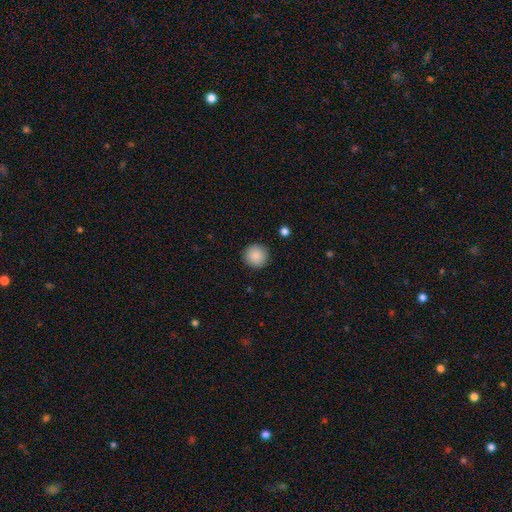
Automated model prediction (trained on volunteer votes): Smooth or featured?
  - smooth: 88% *
  - star or artifact: 8%
  - featured or disk: 4%
How rounded?
  - round: 95% *
  - in between: 4%
  - cigar-shaped: 1%
Merging?
  - none: 91% *
  - minor disturbance: 6%
  - major disturbance: 2%
  - merger: 1%